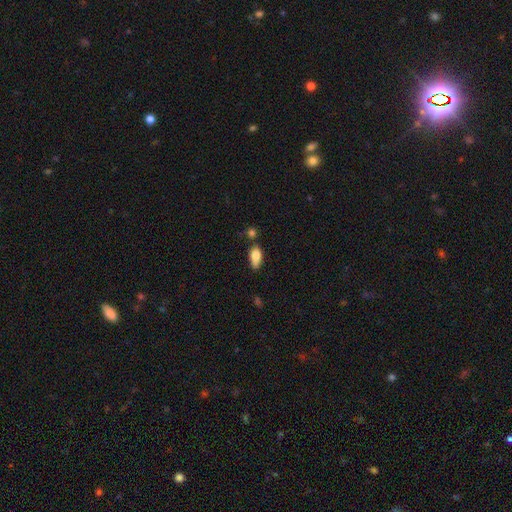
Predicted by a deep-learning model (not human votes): Morphology: type=smooth (82%); roundness=in between (84%); merging=none (47%).